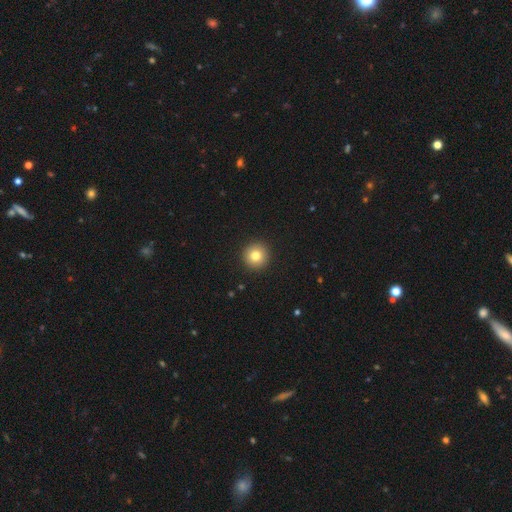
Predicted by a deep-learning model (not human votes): Smooth or featured: smooth — 81% (star or artifact — 11%)
How rounded: round — 95% (in between — 4%)
Merging: none — 93% (minor disturbance — 4%)